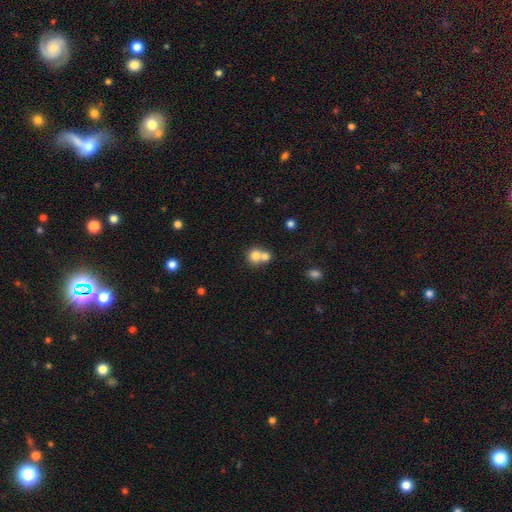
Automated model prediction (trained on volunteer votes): Overall: smooth (75%). How rounded: round (82%). Merging: merger (60%; none 32%).